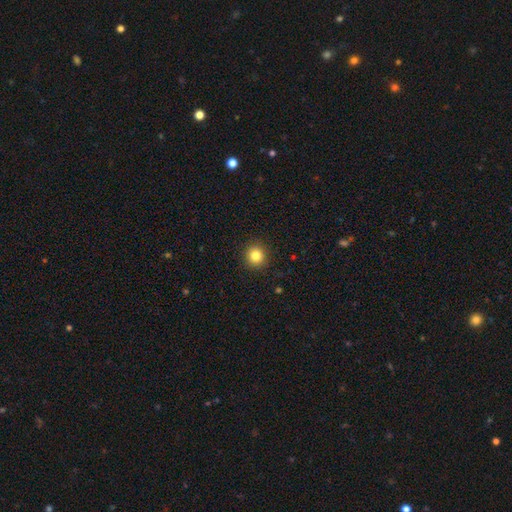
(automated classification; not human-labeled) smooth_or_featured: smooth (p=0.82) [alt: star or artifact p=0.12]
how_rounded: round (p=0.93) [alt: in between p=0.06]
merging: none (p=0.92) [alt: minor disturbance p=0.05]